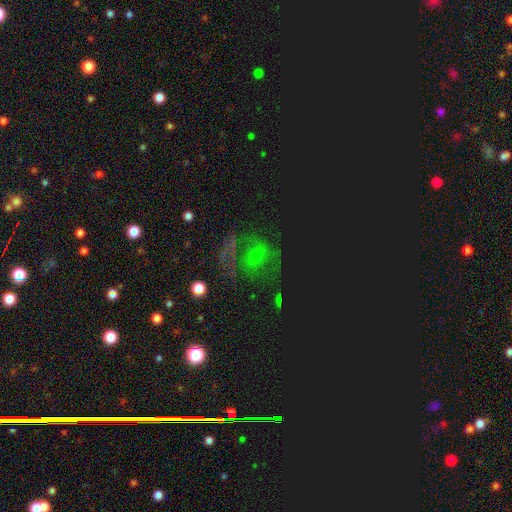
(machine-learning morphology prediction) type=star or artifact (47%).